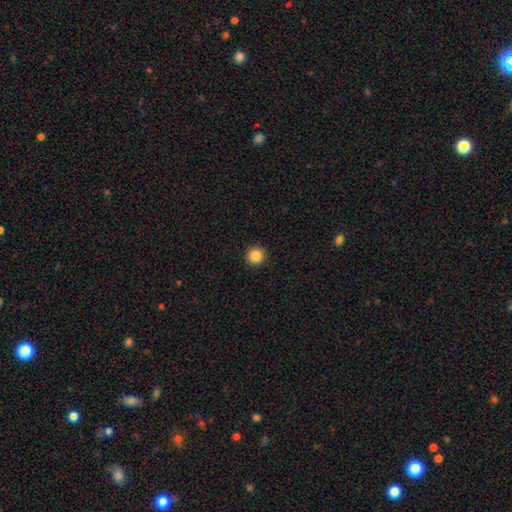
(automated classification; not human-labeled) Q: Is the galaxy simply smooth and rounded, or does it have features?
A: smooth — 87%.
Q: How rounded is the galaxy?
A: round — 95%.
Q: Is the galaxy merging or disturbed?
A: none — 93%.